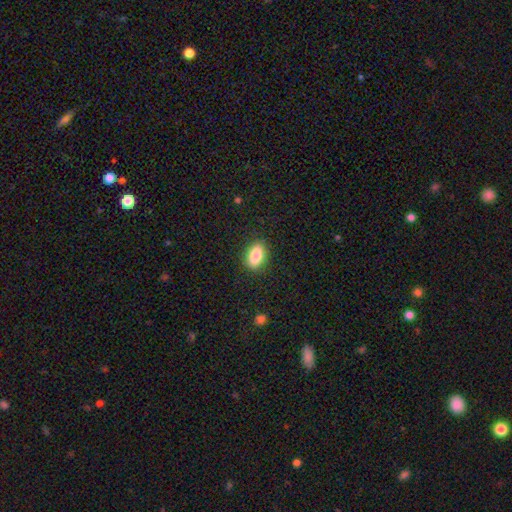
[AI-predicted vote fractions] smooth 84%, featured or disk 8%, star or artifact 8%. Down the decision tree: how rounded — in between (87%); merging — none (87%).